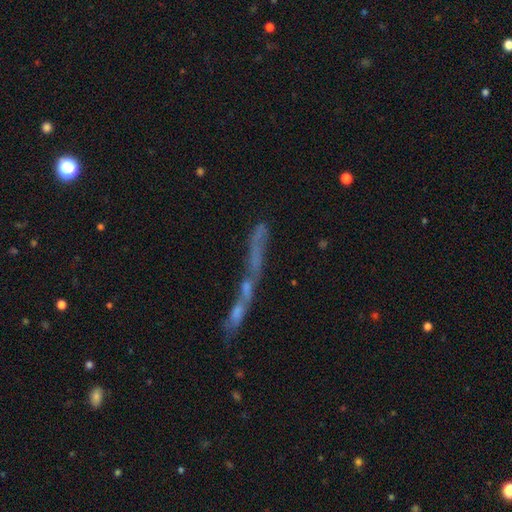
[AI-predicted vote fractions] A smooth galaxy with no disk features (41%). Merging: merger (62%).